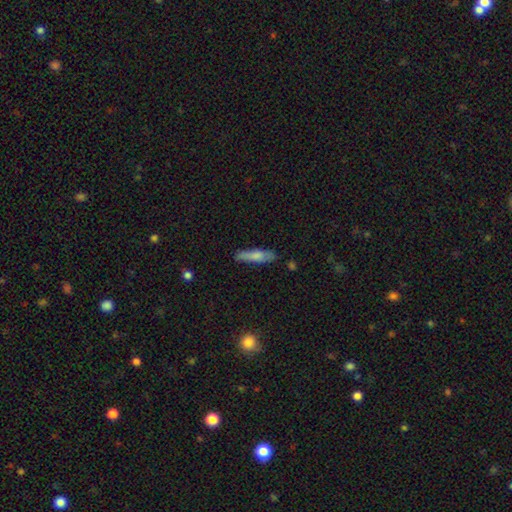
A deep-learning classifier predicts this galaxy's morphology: Smooth or featured?
  - smooth: 73% *
  - featured or disk: 21%
  - star or artifact: 6%
How rounded?
  - cigar-shaped: 78% *
  - in between: 20%
  - round: 2%
Merging?
  - none: 79% *
  - minor disturbance: 16%
  - major disturbance: 3%
  - merger: 2%